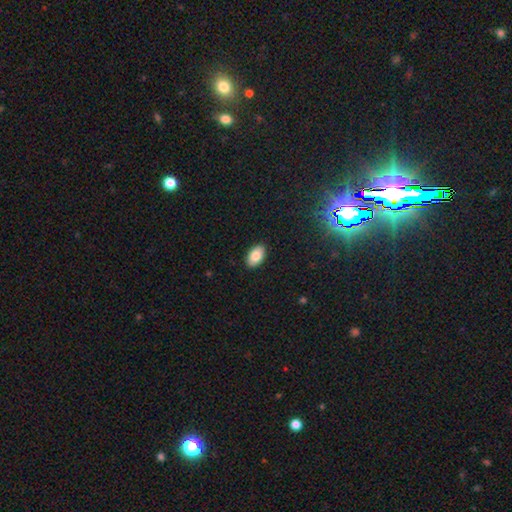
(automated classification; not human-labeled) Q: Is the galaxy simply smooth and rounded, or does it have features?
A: smooth — 84%.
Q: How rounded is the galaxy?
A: in between — 93%.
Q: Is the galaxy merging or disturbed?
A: none — 90%.